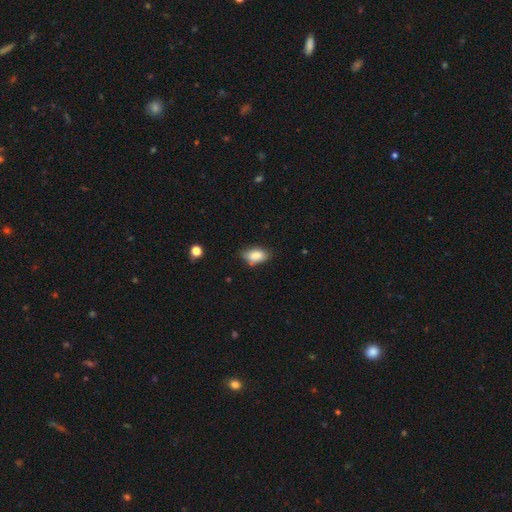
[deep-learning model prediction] Smooth or featured? Predicted: smooth (p=0.84). How rounded? Predicted: in between (p=0.90). Merging? Predicted: none (p=0.69).